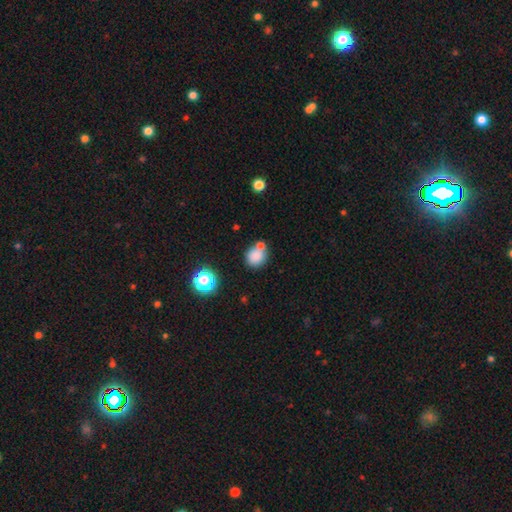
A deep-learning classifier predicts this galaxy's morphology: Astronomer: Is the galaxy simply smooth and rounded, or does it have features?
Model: smooth — 81%.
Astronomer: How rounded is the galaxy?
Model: round — 84%.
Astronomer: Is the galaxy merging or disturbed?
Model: none — 59%.